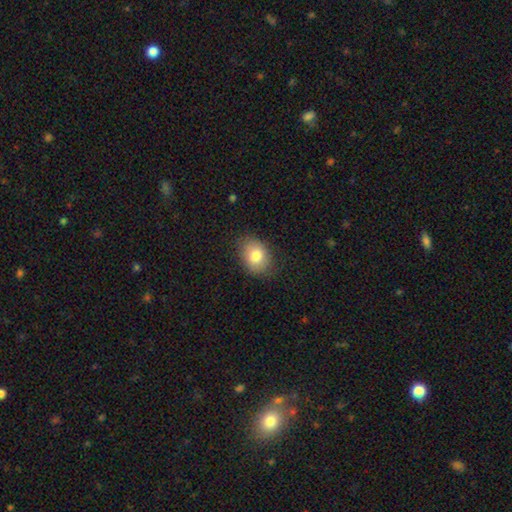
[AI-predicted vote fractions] Overall: smooth (81%). How rounded: in between (64%; round 35%). Merging: none (79%).